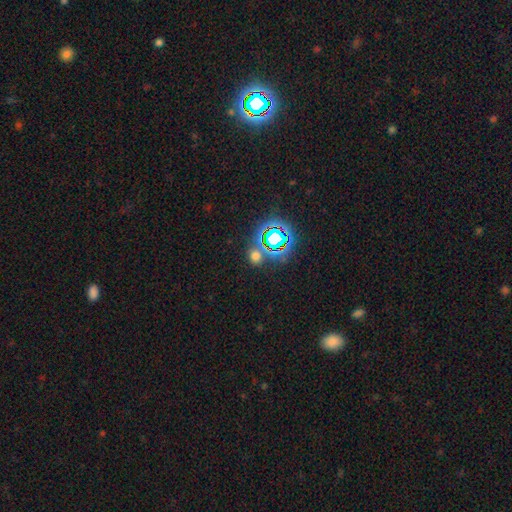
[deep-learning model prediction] A smooth galaxy with no disk features (52%) that is round (75%).

Vote fractions:
- Smooth or featured? smooth: 52% / star or artifact: 41% / featured or disk: 7%
- How rounded? round: 75% / in between: 23% / cigar-shaped: 2%
- Merging? none: 73% / merger: 13% / minor disturbance: 9% / major disturbance: 4%